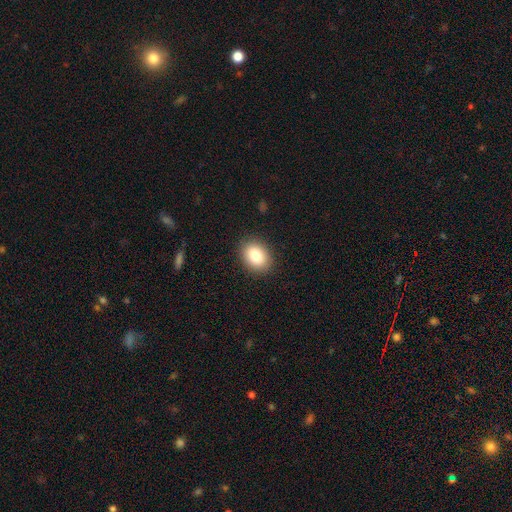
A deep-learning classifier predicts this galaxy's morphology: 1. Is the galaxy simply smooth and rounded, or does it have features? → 85% smooth, 8% star or artifact, 7% featured or disk.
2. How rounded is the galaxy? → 70% in between, 29% round, 1% cigar-shaped.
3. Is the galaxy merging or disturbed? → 88% none, 8% minor disturbance, 2% major disturbance, 1% merger.